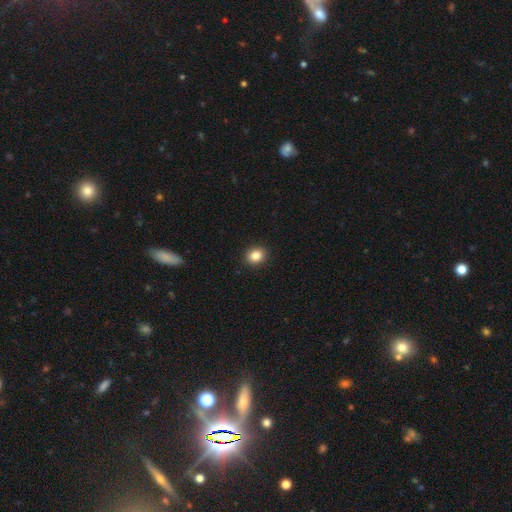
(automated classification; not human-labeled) smooth 85%, star or artifact 10%, featured or disk 5%. Down the decision tree: how rounded — round (70%); merging — none (92%).